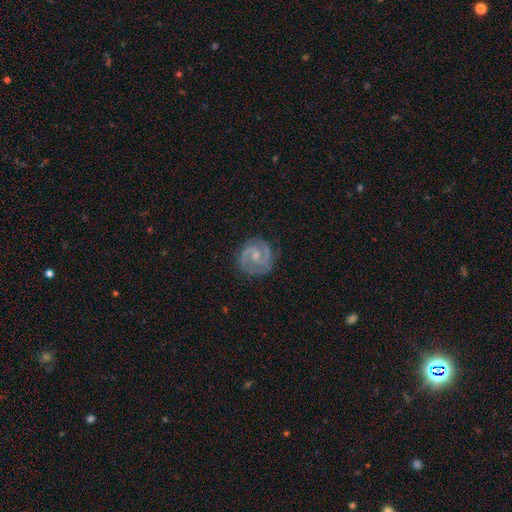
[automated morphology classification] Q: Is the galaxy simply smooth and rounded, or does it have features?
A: featured or disk — 90%.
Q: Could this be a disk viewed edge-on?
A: no — 98%.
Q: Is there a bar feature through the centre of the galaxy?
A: no — 45%.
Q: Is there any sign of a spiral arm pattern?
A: yes — 98%.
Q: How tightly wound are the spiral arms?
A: tight — 48%.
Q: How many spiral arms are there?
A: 2 — 87%.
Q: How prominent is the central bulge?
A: small — 62%.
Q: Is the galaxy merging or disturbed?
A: none — 80%.